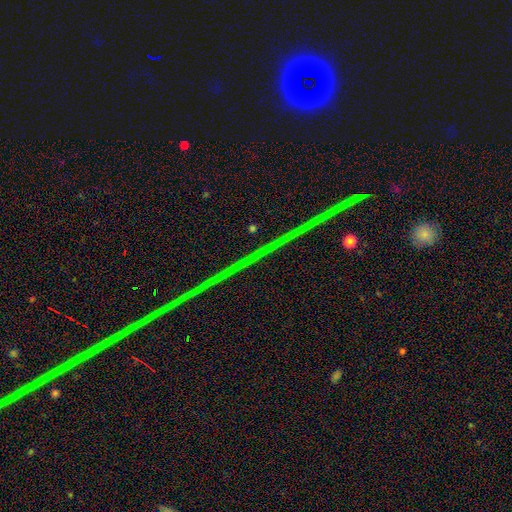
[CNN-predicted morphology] Q: Smooth or featured?
A: star or artifact (87%); runner-up: featured or disk (8%)